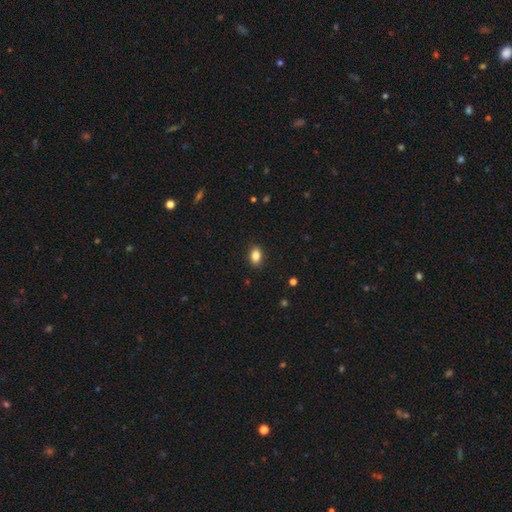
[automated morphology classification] Smooth or featured?
  - smooth: 85% *
  - star or artifact: 9%
  - featured or disk: 6%
How rounded?
  - in between: 83% *
  - round: 16%
  - cigar-shaped: 2%
Merging?
  - none: 89% *
  - minor disturbance: 8%
  - major disturbance: 2%
  - merger: 1%